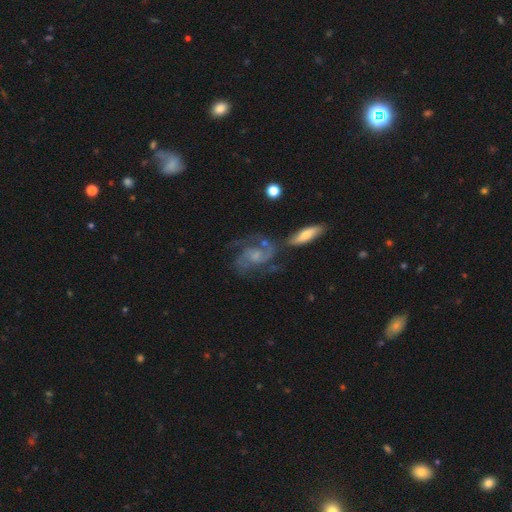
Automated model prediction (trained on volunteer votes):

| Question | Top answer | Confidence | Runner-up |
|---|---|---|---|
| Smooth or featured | featured or disk | 85% | smooth (8%) |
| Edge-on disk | no | 96% | yes (4%) |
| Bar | no | 59% | weak (34%) |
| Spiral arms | yes | 96% | no (4%) |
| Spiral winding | medium | 54% | tight (29%) |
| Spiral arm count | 2 | 76% | 3 (9%) |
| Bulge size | small | 48% | moderate (27%) |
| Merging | none | 58% | minor disturbance (17%) |